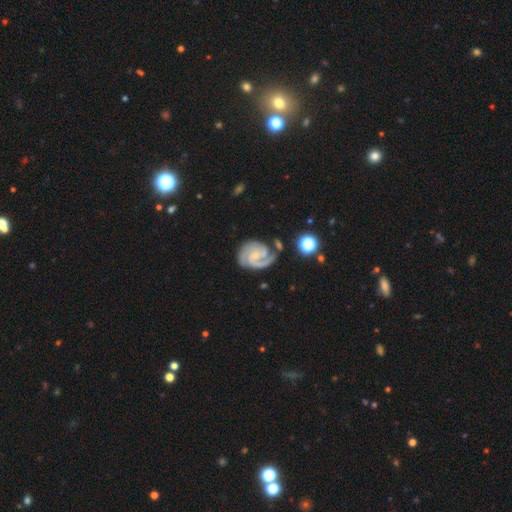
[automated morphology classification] Smooth or featured?
  - featured or disk: 90% *
  - smooth: 5%
  - star or artifact: 5%
Edge-on disk?
  - no: 98% *
  - yes: 2%
Bar?
  - no: 55% *
  - weak: 36%
  - strong: 8%
Spiral arms?
  - yes: 98% *
  - no: 2%
Spiral winding?
  - tight: 52% *
  - medium: 41%
  - loose: 7%
Spiral arm count?
  - 2: 54% *
  - 3: 27%
  - can't tell: 7%
  - 1: 5%
  - 4: 3%
  - more than 4: 3%
Bulge size?
  - small: 73% *
  - moderate: 17%
  - none: 9%
  - large: 1%
  - dominant: 1%
Merging?
  - none: 62% *
  - minor disturbance: 22%
  - major disturbance: 10%
  - merger: 6%